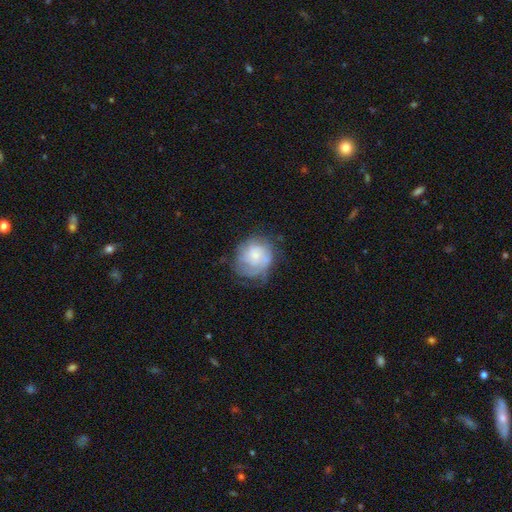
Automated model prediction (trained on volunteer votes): The model was most divided on "smooth or featured": featured or disk: 51%, smooth: 41%, star or artifact: 9%. More confident: edge-on disk — no (98%); merging — none (50%).